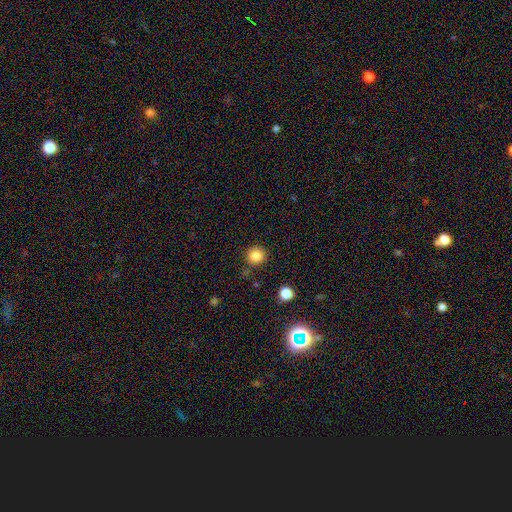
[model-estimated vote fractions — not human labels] Morphology: type=smooth (84%); roundness=round (92%); merging=none (85%).